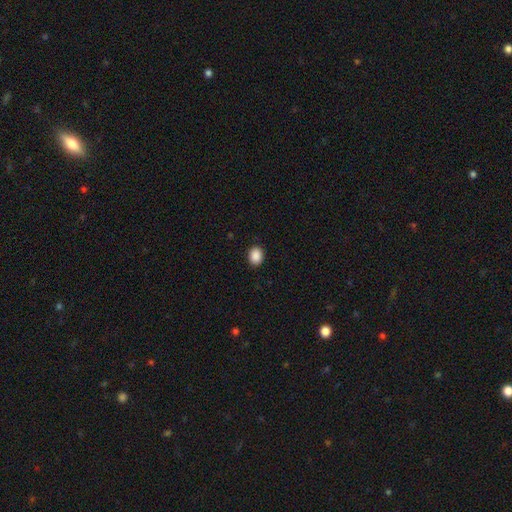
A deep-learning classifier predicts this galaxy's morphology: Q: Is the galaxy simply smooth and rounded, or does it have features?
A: smooth — 90%.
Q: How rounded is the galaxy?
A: in between — 56%.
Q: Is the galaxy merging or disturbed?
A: none — 91%.